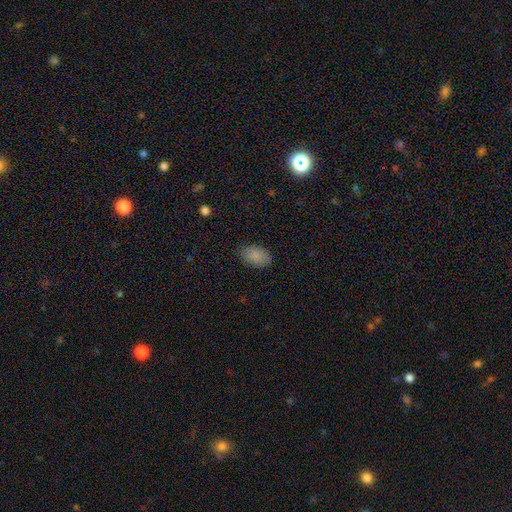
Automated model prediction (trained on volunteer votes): smooth 87%, star or artifact 8%, featured or disk 5%. Down the decision tree: how rounded — in between (91%); merging — none (83%).